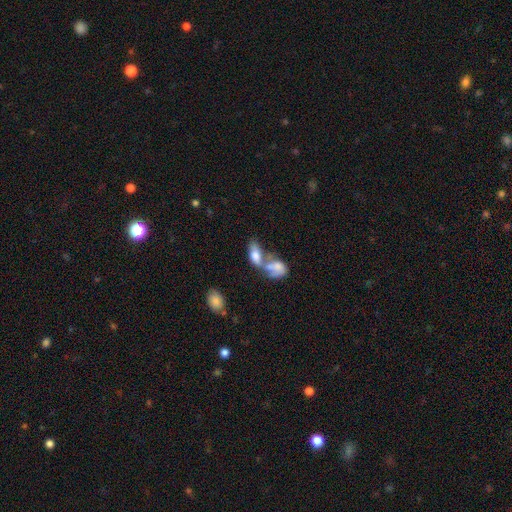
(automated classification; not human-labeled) Smooth or featured: smooth — 68% (featured or disk — 24%)
How rounded: in between — 88% (cigar-shaped — 6%)
Merging: merger — 72% (none — 14%)